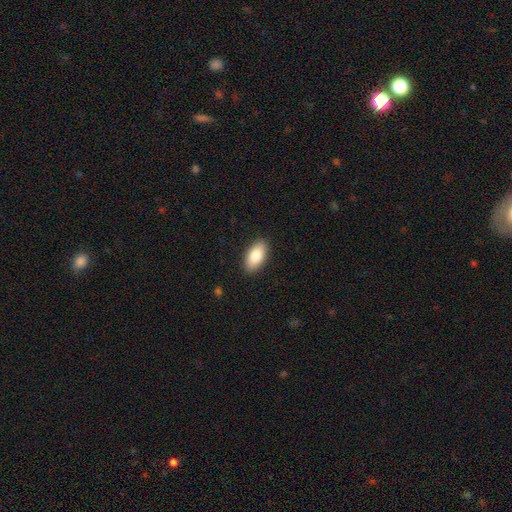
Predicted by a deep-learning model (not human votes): The model was most divided on "smooth or featured": smooth: 83%, featured or disk: 11%, star or artifact: 6%. More confident: how rounded — in between (93%); merging — none (89%).